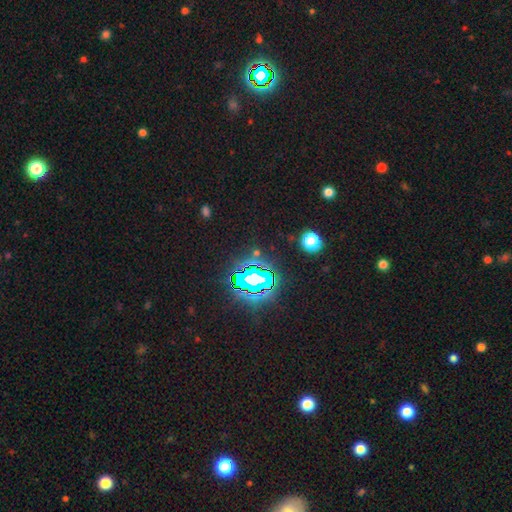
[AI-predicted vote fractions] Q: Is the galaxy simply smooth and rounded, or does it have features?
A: star or artifact — 76%.